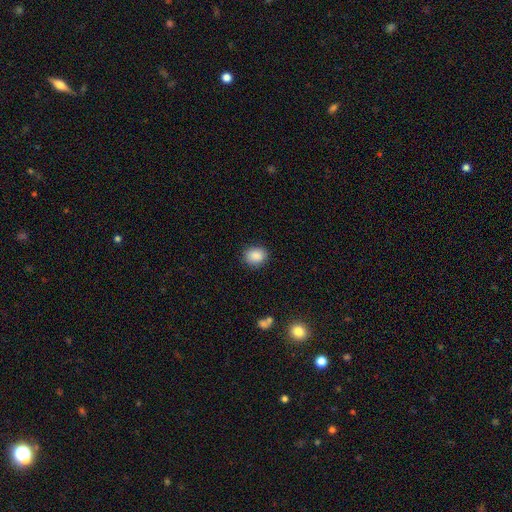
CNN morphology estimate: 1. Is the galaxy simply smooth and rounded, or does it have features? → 88% smooth, 8% star or artifact, 4% featured or disk.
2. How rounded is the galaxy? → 59% round, 40% in between, 1% cigar-shaped.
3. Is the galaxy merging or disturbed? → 88% none, 9% minor disturbance, 2% major disturbance, 1% merger.